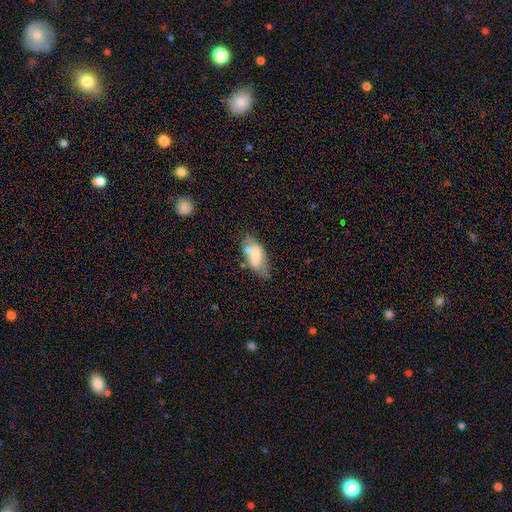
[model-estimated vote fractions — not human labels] smooth 62%, featured or disk 31%, star or artifact 7%. Down the decision tree: how rounded — in between (88%); merging — none (46%).